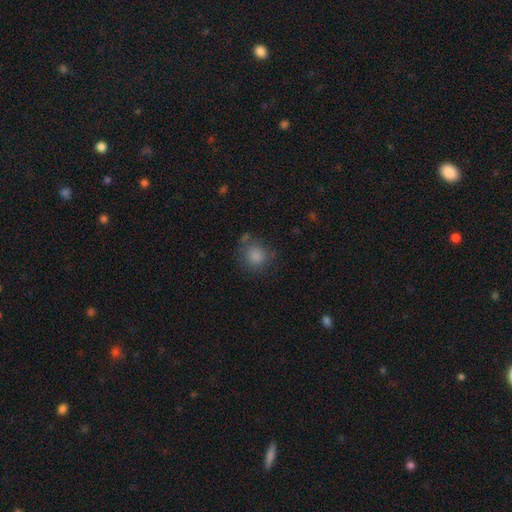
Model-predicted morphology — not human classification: A smooth galaxy with no disk features (84%) that is round (87%).

Vote fractions:
- Smooth or featured? smooth: 84% / star or artifact: 10% / featured or disk: 6%
- How rounded? round: 87% / in between: 12% / cigar-shaped: 1%
- Merging? none: 71% / minor disturbance: 17% / major disturbance: 6% / merger: 6%